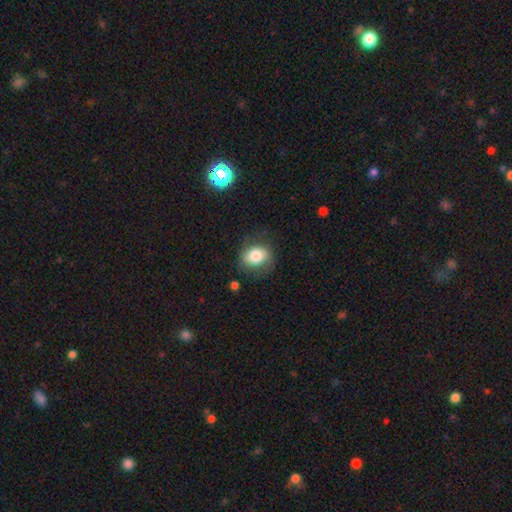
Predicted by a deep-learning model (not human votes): Overall: smooth (71%). How rounded: round (53%; in between 46%). Merging: none (65%).